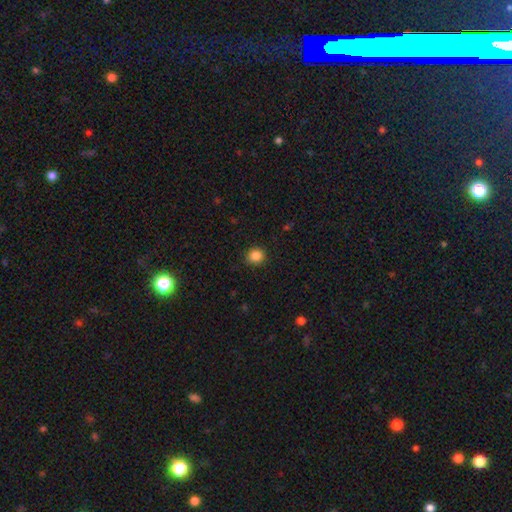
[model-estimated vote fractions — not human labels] Smooth or featured: smooth — 86% (star or artifact — 11%)
How rounded: round — 85% (in between — 14%)
Merging: none — 86% (minor disturbance — 10%)